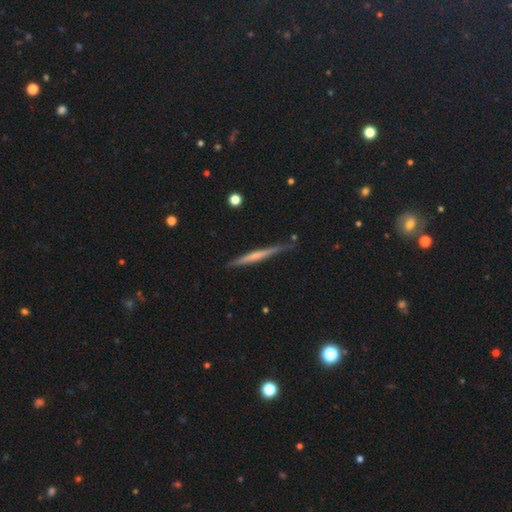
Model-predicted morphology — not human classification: smooth-or-featured: featured or disk: 55% | smooth: 39% | star or artifact: 6%
  disk-edge-on: yes: 97% | no: 3%
    edge-on-bulge: none: 63% | rounded: 26% | boxy: 10%
  merging: none: 83% | minor disturbance: 13% | major disturbance: 2% | merger: 2%